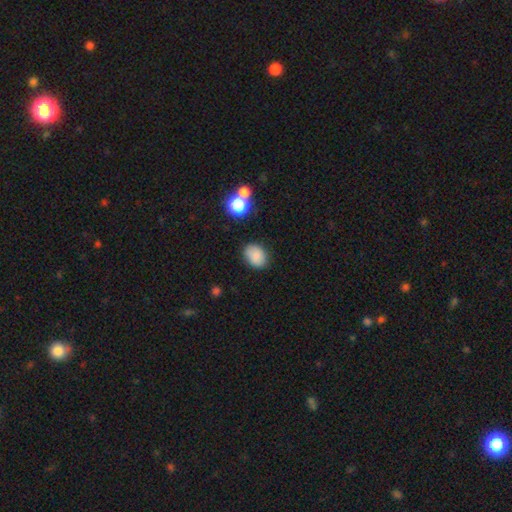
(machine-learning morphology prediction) The model was most divided on "how rounded": in between: 67%, round: 32%, cigar-shaped: 1%. More confident: smooth or featured — smooth (84%); merging — none (79%).